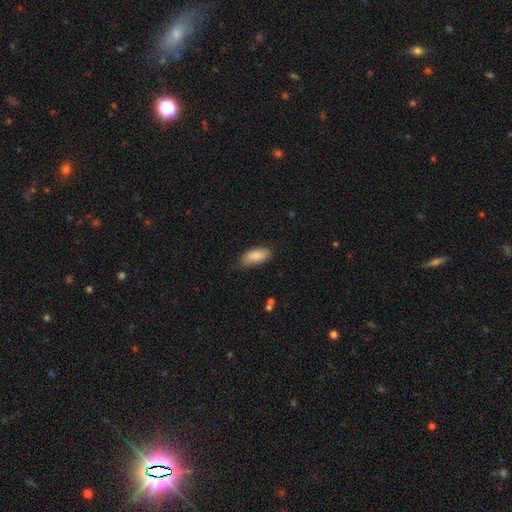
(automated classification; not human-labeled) This appears to be a smooth galaxy with no disk features (87%) that is in between round and cigar-shaped (88%). Merging: none (69%).